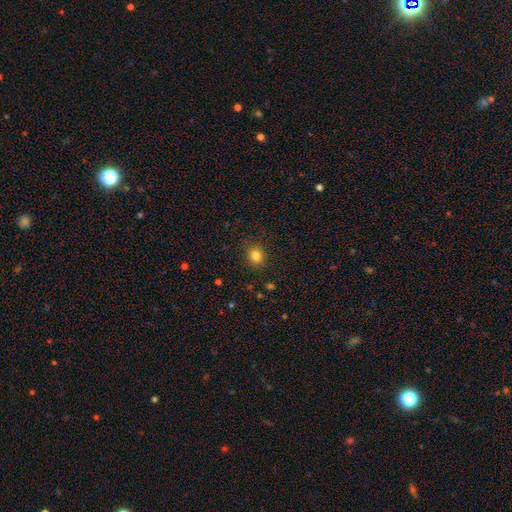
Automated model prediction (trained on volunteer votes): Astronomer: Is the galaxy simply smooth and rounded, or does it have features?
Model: smooth — 82%.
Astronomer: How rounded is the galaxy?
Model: round — 77%.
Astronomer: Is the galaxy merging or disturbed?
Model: none — 87%.